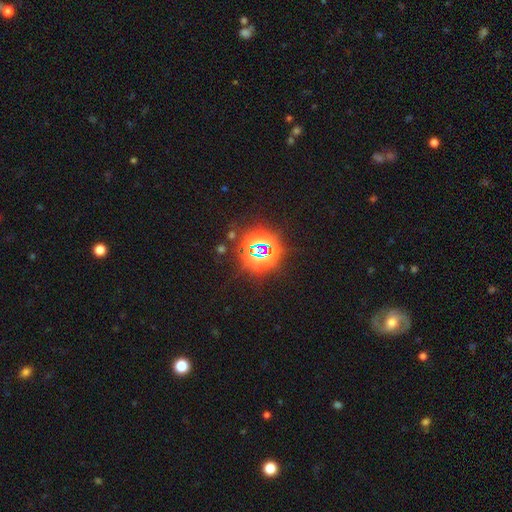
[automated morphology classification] smooth_or_featured: star or artifact (p=0.82) [alt: smooth p=0.12]